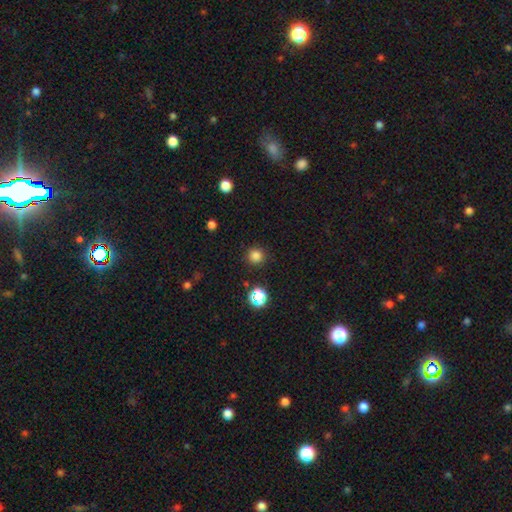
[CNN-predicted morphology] Smooth or featured: smooth — 80% (star or artifact — 16%)
How rounded: round — 94% (in between — 5%)
Merging: none — 90% (minor disturbance — 6%)